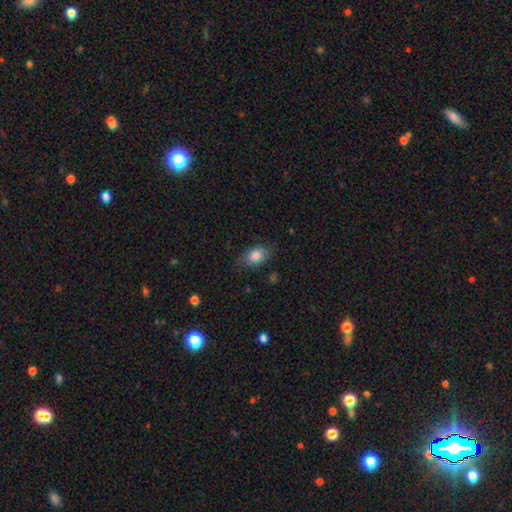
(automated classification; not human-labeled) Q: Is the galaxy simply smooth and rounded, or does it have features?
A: smooth — 84%.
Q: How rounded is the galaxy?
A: in between — 84%.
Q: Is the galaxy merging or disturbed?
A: none — 75%.